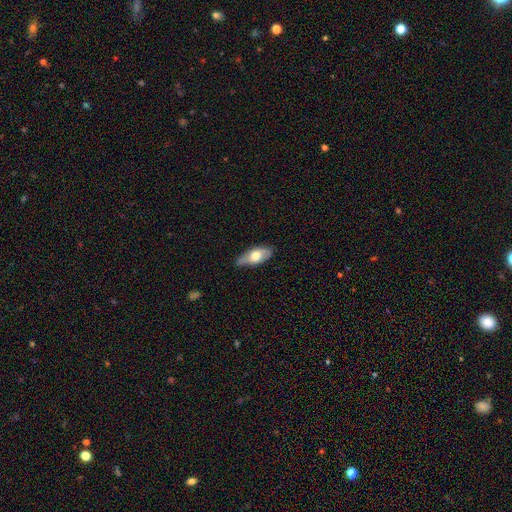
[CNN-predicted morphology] This is possibly a smooth galaxy (56%). How rounded: clearly in between (82%). Merging: likely none (74%).